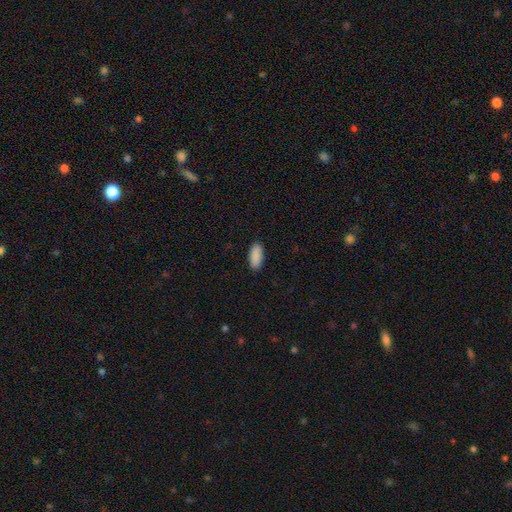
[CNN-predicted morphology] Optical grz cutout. It shows a smooth galaxy with no disk features (91%) that is in between round and cigar-shaped (87%). Merging: none (90%).